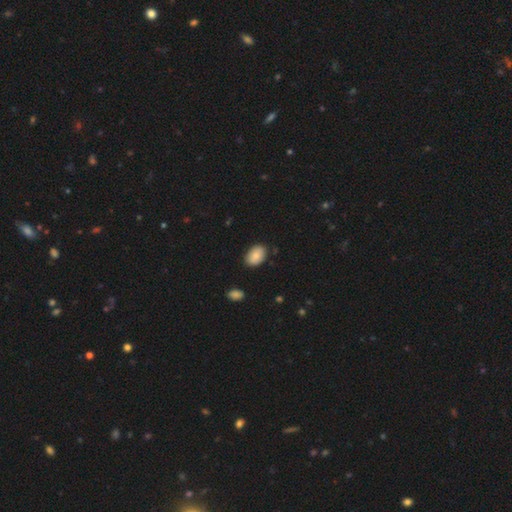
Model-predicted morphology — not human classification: Overall: smooth (85%). How rounded: in between (87%). Merging: none (84%).